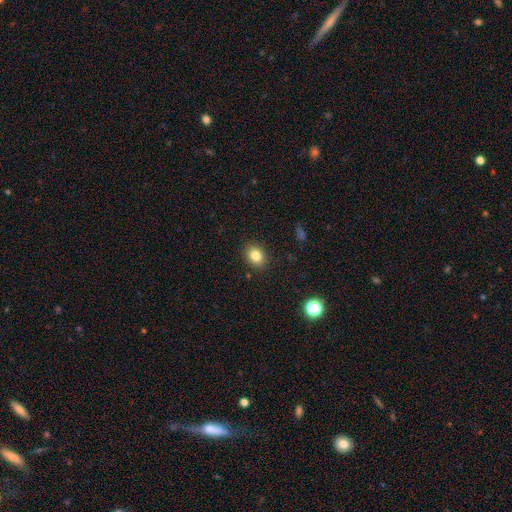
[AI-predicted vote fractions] smooth-or-featured: smooth: 83% | star or artifact: 11% | featured or disk: 7%
  how-rounded: in between: 51% | round: 48% | cigar-shaped: 1%
  merging: none: 89% | minor disturbance: 8% | major disturbance: 2% | merger: 1%